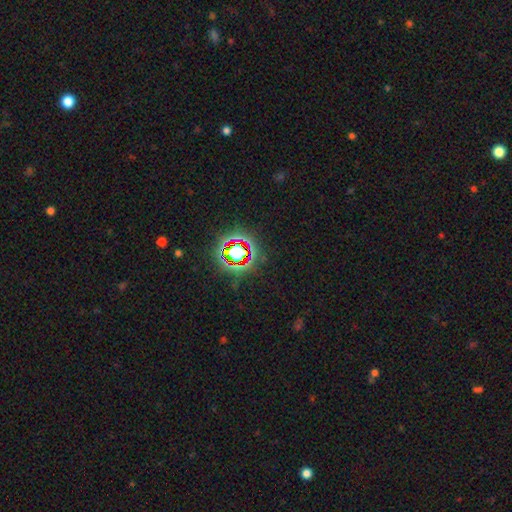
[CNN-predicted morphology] Q: Smooth or featured?
A: star or artifact (79%); runner-up: smooth (12%)